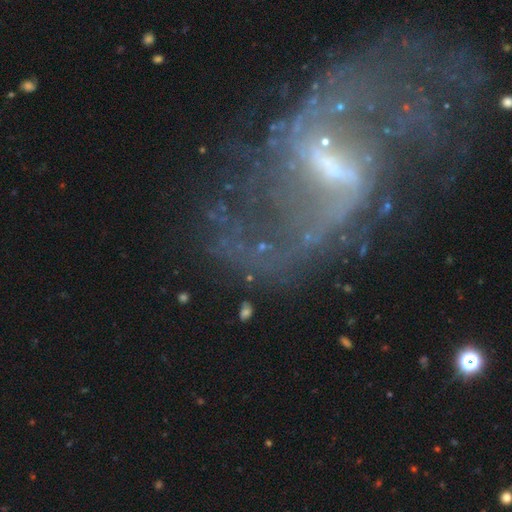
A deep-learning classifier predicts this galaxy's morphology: Overall: featured or disk (87%). Edge-on disk: no (96%). Bar: strong (48%; weak 42%). Spiral arms: yes (91%). Spiral arm count: 2 (88%). Spiral winding: loose (75%). Bulge size: small (49%; moderate 25%). Merging: none (54%; major disturbance 24%).